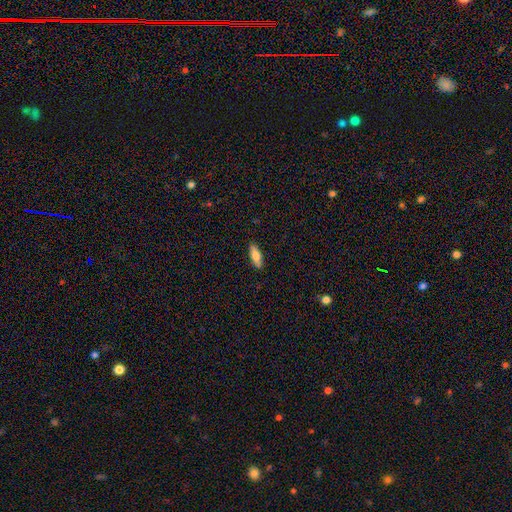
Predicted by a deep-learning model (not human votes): Smooth or featured: smooth — 73% (featured or disk — 21%)
How rounded: in between — 57% (cigar-shaped — 40%)
Merging: none — 89% (minor disturbance — 8%)